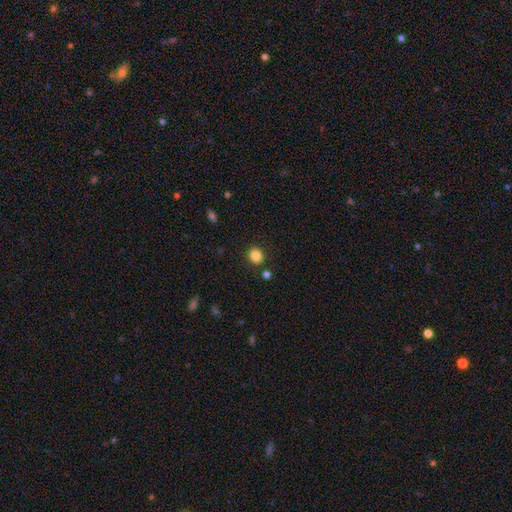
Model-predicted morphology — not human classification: Q: Smooth or featured?
A: smooth (84%); runner-up: star or artifact (11%)
Q: How rounded?
A: round (80%); runner-up: in between (20%)
Q: Merging?
A: none (87%); runner-up: minor disturbance (7%)